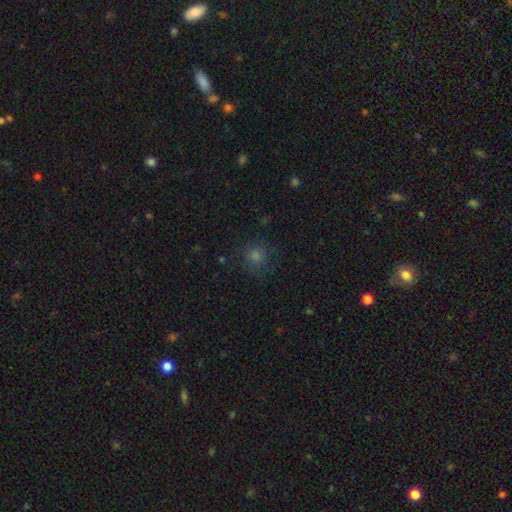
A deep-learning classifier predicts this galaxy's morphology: type=smooth (65%); roundness=round (90%); merging=none (82%).